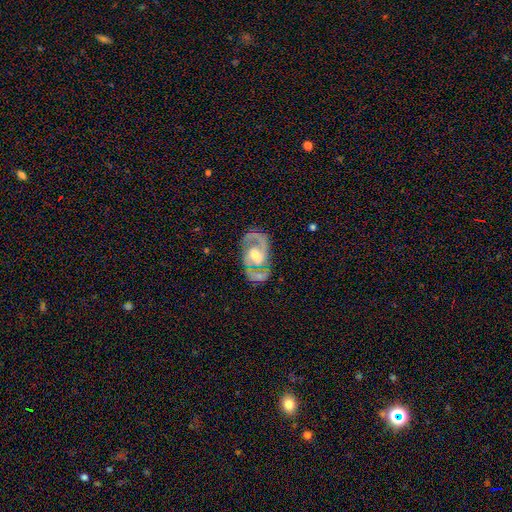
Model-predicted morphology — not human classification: Smooth or featured?
  - featured or disk: 86% *
  - smooth: 10%
  - star or artifact: 5%
Edge-on disk?
  - no: 96% *
  - yes: 4%
Bar?
  - no: 44% *
  - weak: 40%
  - strong: 16%
Spiral arms?
  - yes: 91% *
  - no: 9%
Spiral winding?
  - medium: 55% *
  - tight: 28%
  - loose: 17%
Spiral arm count?
  - 2: 87% *
  - can't tell: 5%
  - 1: 5%
  - 3: 1%
  - 4: 1%
  - more than 4: 1%
Bulge size?
  - moderate: 64% *
  - small: 18%
  - large: 14%
  - none: 2%
  - dominant: 1%
Merging?
  - none: 68% *
  - minor disturbance: 17%
  - major disturbance: 9%
  - merger: 6%